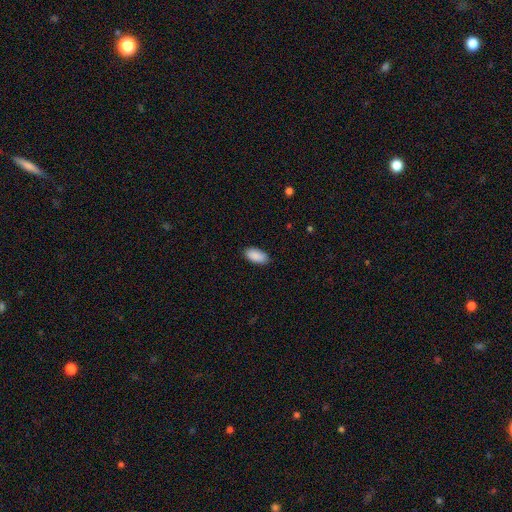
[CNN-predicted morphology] A smooth galaxy with no disk features (90%) that is in between round and cigar-shaped (94%).

Vote fractions:
- Smooth or featured? smooth: 90% / star or artifact: 6% / featured or disk: 3%
- How rounded? in between: 94% / cigar-shaped: 4% / round: 2%
- Merging? none: 88% / minor disturbance: 9% / major disturbance: 2% / merger: 1%